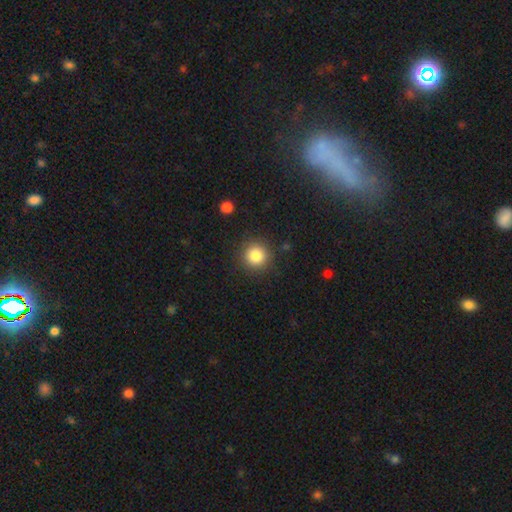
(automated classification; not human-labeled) Smooth or featured?
  - smooth: 85% *
  - star or artifact: 10%
  - featured or disk: 5%
How rounded?
  - round: 95% *
  - in between: 5%
  - cigar-shaped: 1%
Merging?
  - none: 88% *
  - minor disturbance: 7%
  - major disturbance: 3%
  - merger: 2%